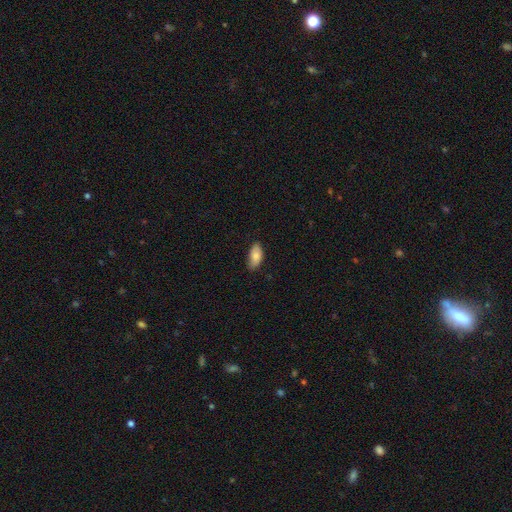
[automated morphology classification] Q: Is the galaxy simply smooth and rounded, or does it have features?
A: smooth — 83%.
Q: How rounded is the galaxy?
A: in between — 91%.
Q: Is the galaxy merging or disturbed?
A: none — 78%.